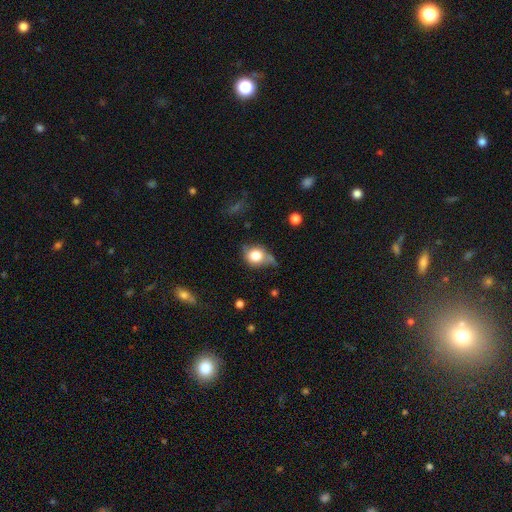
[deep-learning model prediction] smooth_or_featured: smooth (p=0.77) [alt: featured or disk p=0.14]
how_rounded: round (p=0.62) [alt: in between p=0.36]
merging: none (p=0.47) [alt: minor disturbance p=0.32]